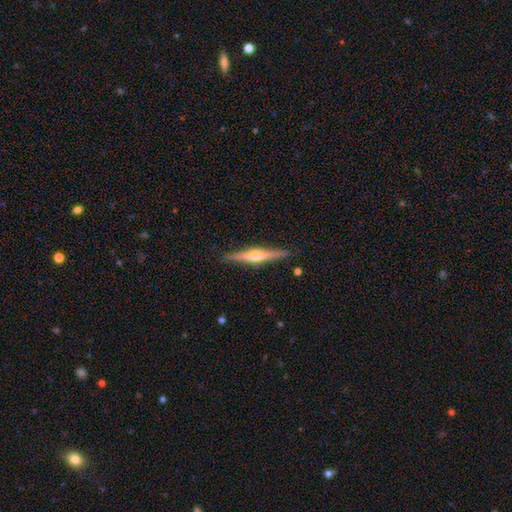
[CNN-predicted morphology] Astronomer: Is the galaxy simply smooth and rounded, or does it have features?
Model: featured or disk — 78%.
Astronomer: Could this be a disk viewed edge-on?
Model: yes — 98%.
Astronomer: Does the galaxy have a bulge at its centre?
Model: rounded — 90%.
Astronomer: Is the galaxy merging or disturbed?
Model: none — 91%.